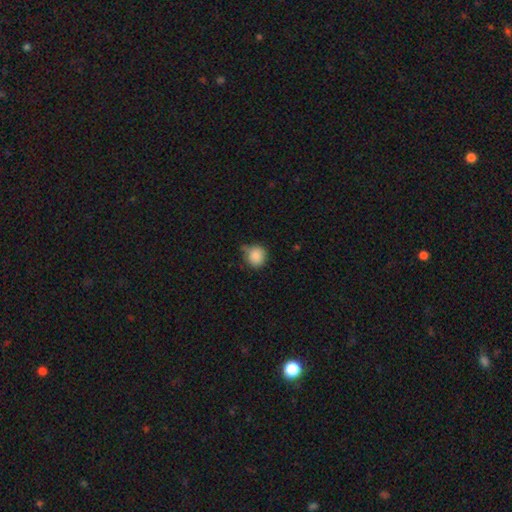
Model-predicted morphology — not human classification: Smooth or featured: smooth — 87% (star or artifact — 9%)
How rounded: round — 87% (in between — 12%)
Merging: none — 60% (minor disturbance — 29%)